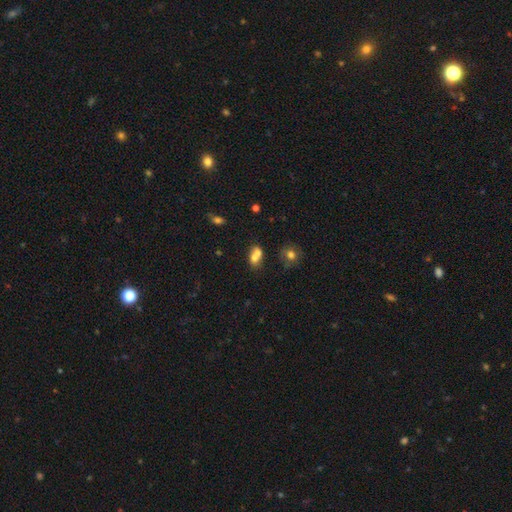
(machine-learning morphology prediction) This is likely a smooth galaxy (69%). How rounded: possibly in between (57%). Merging: likely merger (64%).